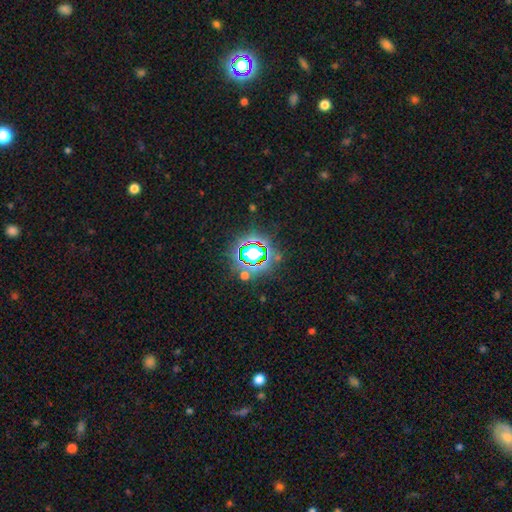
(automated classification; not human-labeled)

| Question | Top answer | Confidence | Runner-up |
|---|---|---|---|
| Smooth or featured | star or artifact | 78% | smooth (14%) |